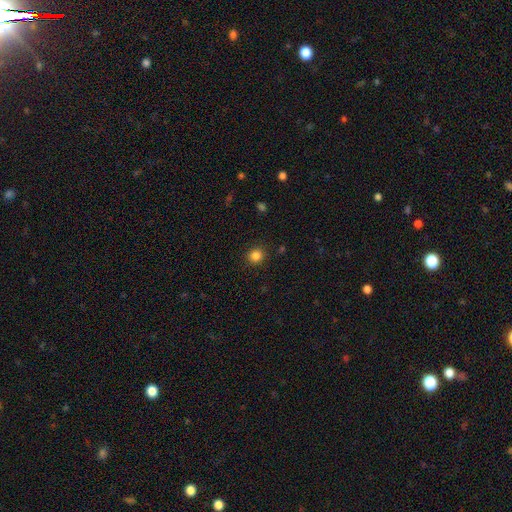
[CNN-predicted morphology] Smooth or featured: smooth — 83% (star or artifact — 12%)
How rounded: round — 87% (in between — 12%)
Merging: none — 90% (minor disturbance — 6%)